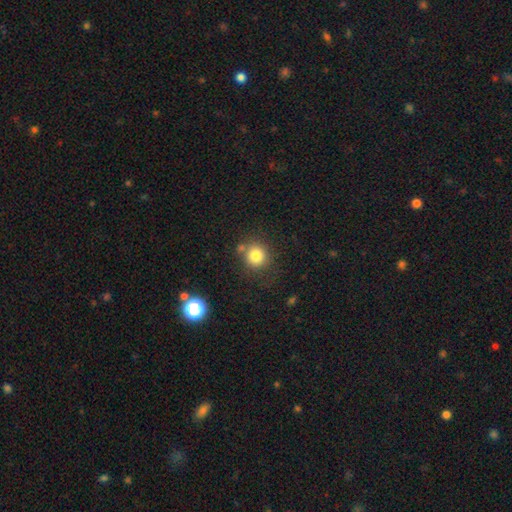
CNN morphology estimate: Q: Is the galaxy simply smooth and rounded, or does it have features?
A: smooth — 81%.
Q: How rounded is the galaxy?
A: round — 90%.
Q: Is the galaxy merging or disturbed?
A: none — 74%.